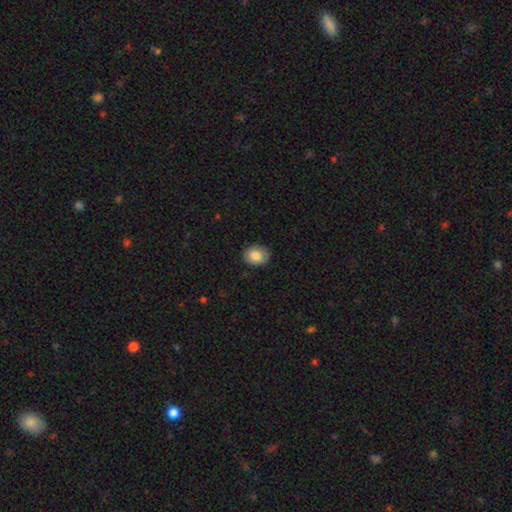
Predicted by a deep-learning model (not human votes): Smooth or featured: smooth — 82% (featured or disk — 10%)
How rounded: in between — 54% (round — 46%)
Merging: none — 88% (minor disturbance — 9%)